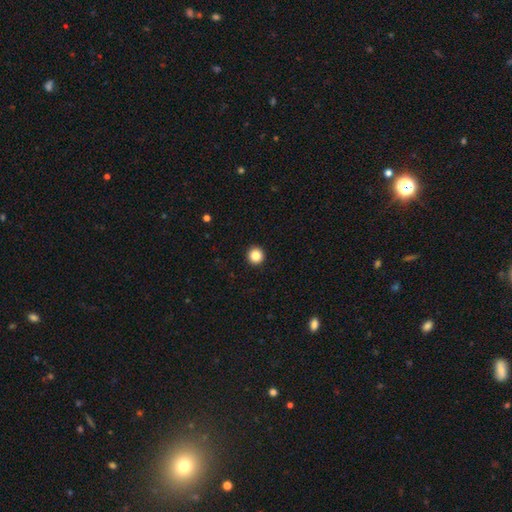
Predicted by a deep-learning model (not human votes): Smooth or featured? Predicted: smooth (p=0.85). How rounded? Predicted: round (p=0.96). Merging? Predicted: none (p=0.94).